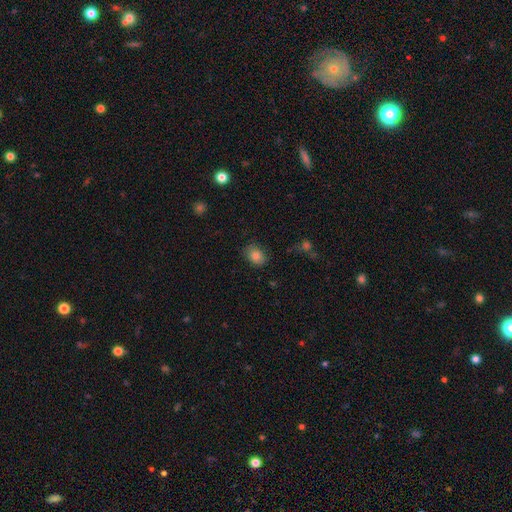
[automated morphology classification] type=smooth (83%); roundness=in between (64%); merging=none (80%).